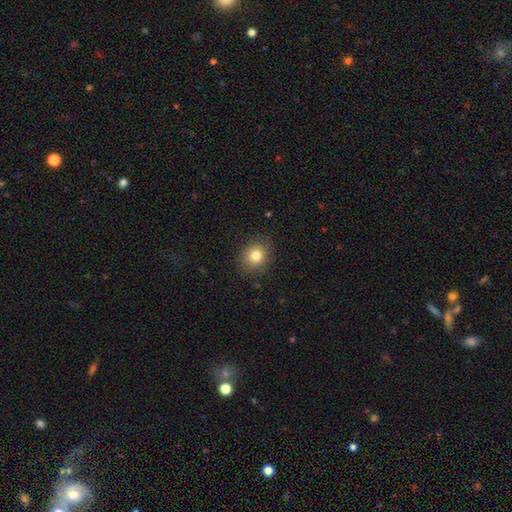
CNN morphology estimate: Smooth or featured?
  - smooth: 80% *
  - star or artifact: 12%
  - featured or disk: 9%
How rounded?
  - round: 72% *
  - in between: 28%
  - cigar-shaped: 1%
Merging?
  - none: 86% *
  - minor disturbance: 10%
  - major disturbance: 3%
  - merger: 1%